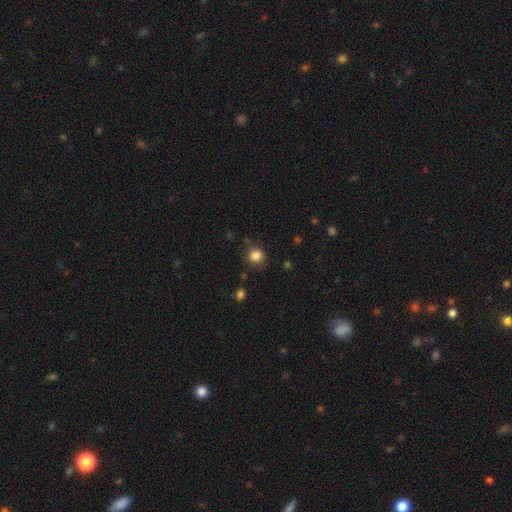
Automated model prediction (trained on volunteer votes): smooth 85%, star or artifact 12%, featured or disk 4%. Down the decision tree: how rounded — round (86%); merging — none (83%).